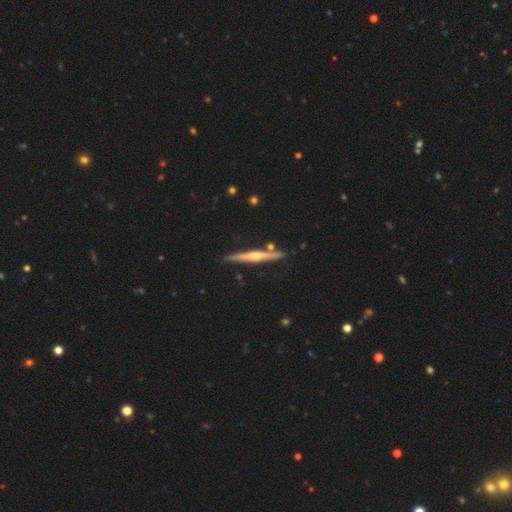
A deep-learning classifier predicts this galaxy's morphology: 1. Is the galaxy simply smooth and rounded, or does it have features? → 75% featured or disk, 19% smooth, 5% star or artifact.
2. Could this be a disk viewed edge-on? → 98% yes, 2% no.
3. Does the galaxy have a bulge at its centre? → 83% rounded, 12% none, 4% boxy.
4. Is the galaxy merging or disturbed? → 86% none, 8% minor disturbance, 4% merger, 2% major disturbance.